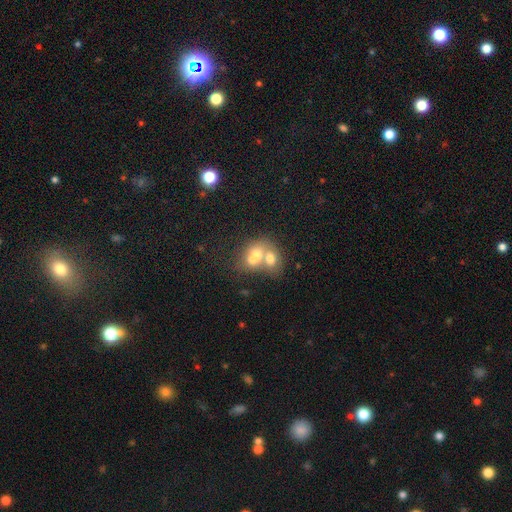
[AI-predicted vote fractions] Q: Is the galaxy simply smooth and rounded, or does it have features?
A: smooth — 61%.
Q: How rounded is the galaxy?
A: in between — 52%.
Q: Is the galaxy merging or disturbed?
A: merger — 74%.